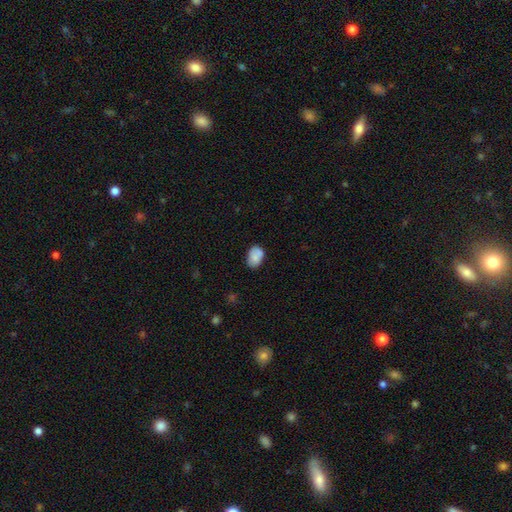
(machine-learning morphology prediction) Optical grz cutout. It shows a smooth galaxy with no disk features (77%) that is in between round and cigar-shaped (81%). Merging: none (65%).